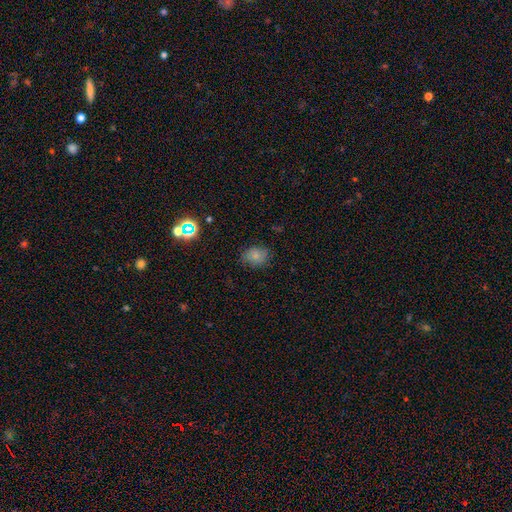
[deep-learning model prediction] Smooth or featured: smooth — 78% (star or artifact — 12%)
How rounded: in between — 58% (round — 41%)
Merging: none — 77% (minor disturbance — 18%)